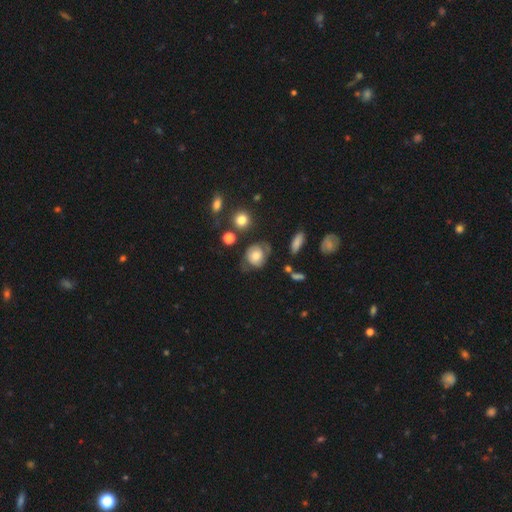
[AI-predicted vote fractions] The model was most divided on "smooth or featured": smooth: 52%, featured or disk: 39%, star or artifact: 9%. Remaining: how rounded — round (67%); merging — none (48%).